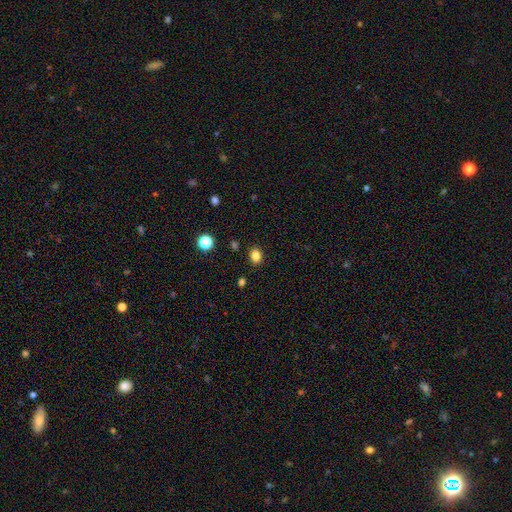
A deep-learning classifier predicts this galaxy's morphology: Smooth or featured? smooth (83%)
How rounded? round (52%)
Merging? none (88%)